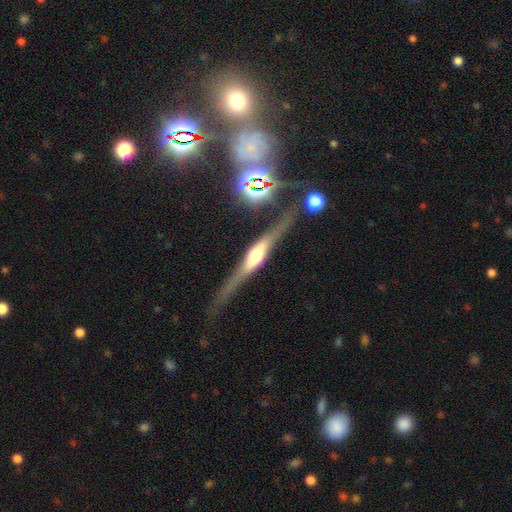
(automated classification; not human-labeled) Morphology: type=featured or disk (80%); edge-on=yes (93%); edge-on bulge=rounded (83%); merging=none (69%).